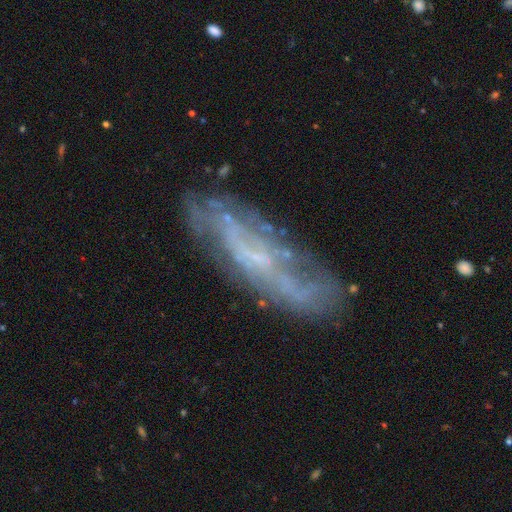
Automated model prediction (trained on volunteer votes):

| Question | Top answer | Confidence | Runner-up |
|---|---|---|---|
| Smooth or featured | featured or disk | 68% | smooth (22%) |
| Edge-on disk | no | 76% | yes (24%) |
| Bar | no | 66% | weak (25%) |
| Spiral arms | no | 52% | yes (48%) |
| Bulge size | small | 48% | none (39%) |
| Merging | none | 64% | minor disturbance (20%) |